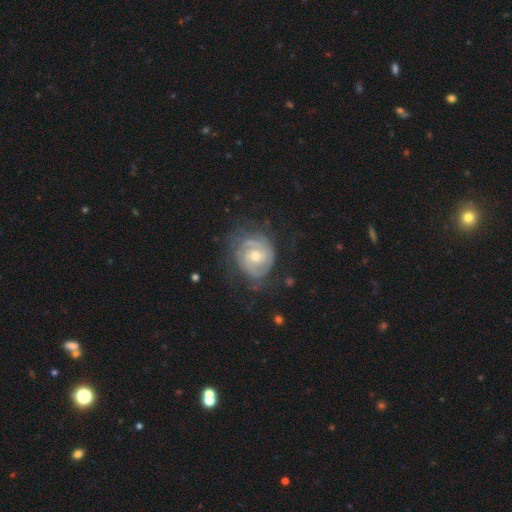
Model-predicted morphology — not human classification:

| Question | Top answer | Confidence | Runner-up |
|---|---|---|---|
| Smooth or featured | featured or disk | 84% | smooth (11%) |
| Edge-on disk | no | 98% | yes (2%) |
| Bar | no | 62% | weak (31%) |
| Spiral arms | yes | 93% | no (7%) |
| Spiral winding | tight | 71% | medium (23%) |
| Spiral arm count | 2 | 47% | can't tell (26%) |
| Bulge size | moderate | 66% | small (29%) |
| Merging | none | 69% | minor disturbance (20%) |